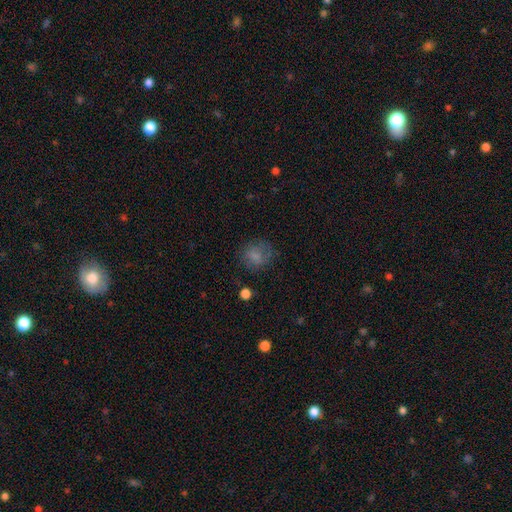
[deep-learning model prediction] smooth_or_featured: smooth (p=0.74) [alt: featured or disk p=0.15]
how_rounded: round (p=0.77) [alt: in between p=0.22]
merging: none (p=0.68) [alt: minor disturbance p=0.19]